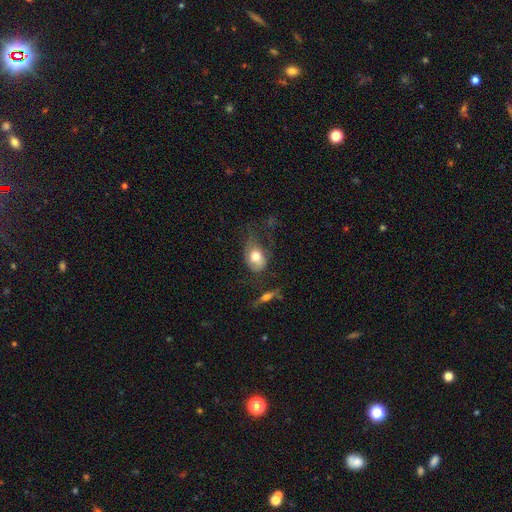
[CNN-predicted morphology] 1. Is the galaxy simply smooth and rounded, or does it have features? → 69% smooth, 23% featured or disk, 8% star or artifact.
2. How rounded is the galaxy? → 71% in between, 27% round, 2% cigar-shaped.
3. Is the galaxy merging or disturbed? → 34% major disturbance, 32% none, 28% minor disturbance, 6% merger.